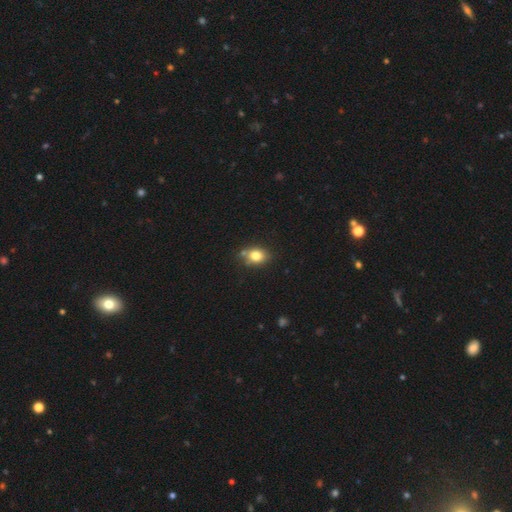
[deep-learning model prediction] A smooth galaxy with no disk features (80%) that is in between round and cigar-shaped (58%).

Vote fractions:
- Smooth or featured? smooth: 80% / star or artifact: 10% / featured or disk: 10%
- How rounded? in between: 58% / round: 41% / cigar-shaped: 1%
- Merging? none: 69% / minor disturbance: 17% / merger: 10% / major disturbance: 4%